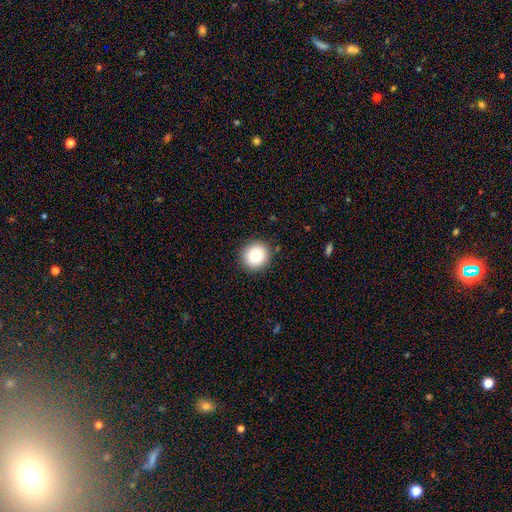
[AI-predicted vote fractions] smooth-or-featured: smooth: 85% | star or artifact: 9% | featured or disk: 6%
  how-rounded: round: 89% | in between: 10% | cigar-shaped: 1%
  merging: none: 90% | minor disturbance: 7% | major disturbance: 2% | merger: 1%